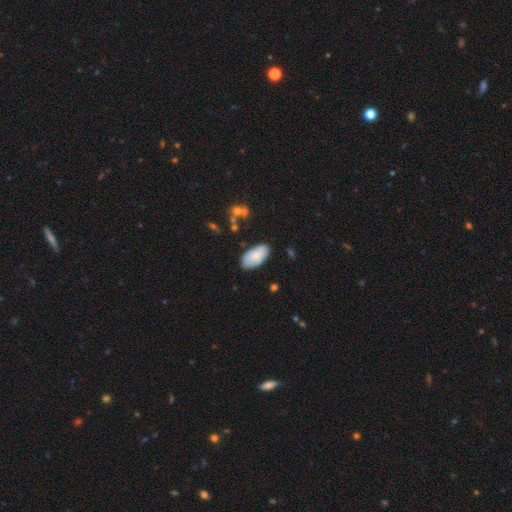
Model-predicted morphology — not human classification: type=smooth (73%); roundness=in between (95%); merging=none (77%).